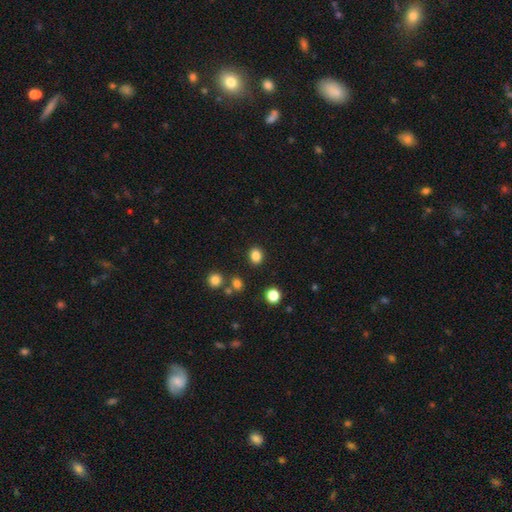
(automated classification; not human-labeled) Smooth or featured? Predicted: smooth (p=0.84). How rounded? Predicted: round (p=0.62). Merging? Predicted: none (p=0.88).